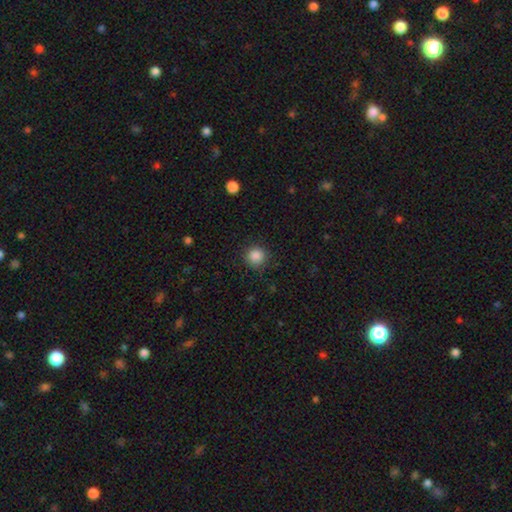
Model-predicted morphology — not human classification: This appears to be a smooth galaxy with no disk features (87%) that is round (94%). Merging: none (90%).